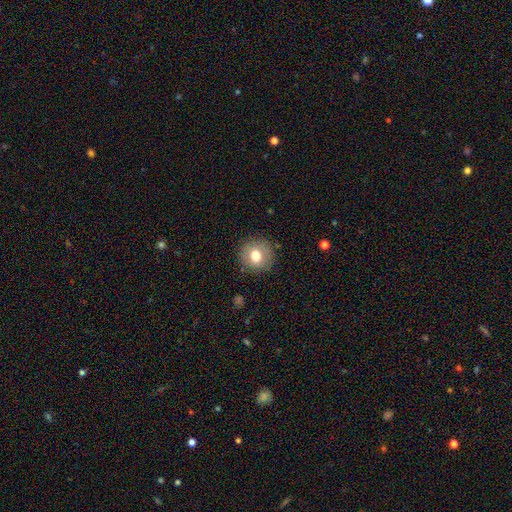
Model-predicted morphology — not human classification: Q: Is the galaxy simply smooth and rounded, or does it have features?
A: smooth — 74%.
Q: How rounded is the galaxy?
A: round — 90%.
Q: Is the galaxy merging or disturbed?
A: none — 87%.